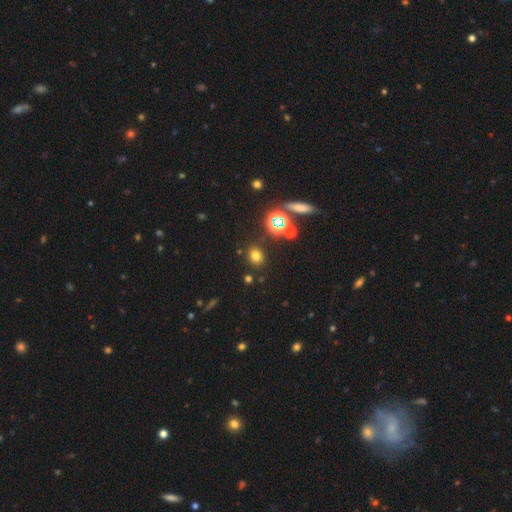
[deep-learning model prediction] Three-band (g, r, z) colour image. It shows a smooth galaxy with no disk features (67%) that is round (64%). Merging: none (84%).